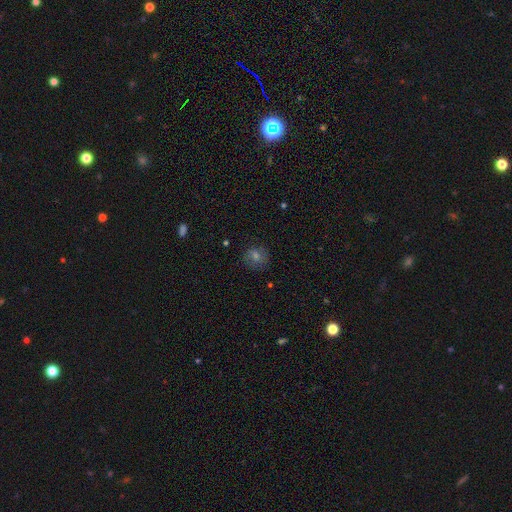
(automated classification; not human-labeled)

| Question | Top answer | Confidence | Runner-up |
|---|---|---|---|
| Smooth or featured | smooth | 57% | star or artifact (22%) |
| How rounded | round | 82% | in between (17%) |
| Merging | none | 82% | minor disturbance (13%) |